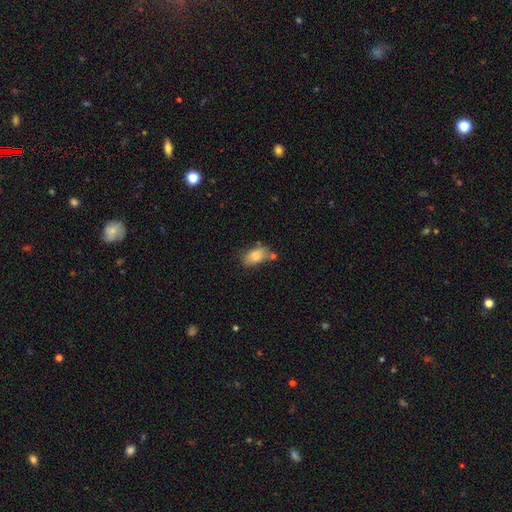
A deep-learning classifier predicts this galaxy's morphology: The model was most divided on "merging": none: 54%, minor disturbance: 25%, merger: 13%, major disturbance: 8%. More confident: how rounded — in between (90%); smooth or featured — smooth (82%).